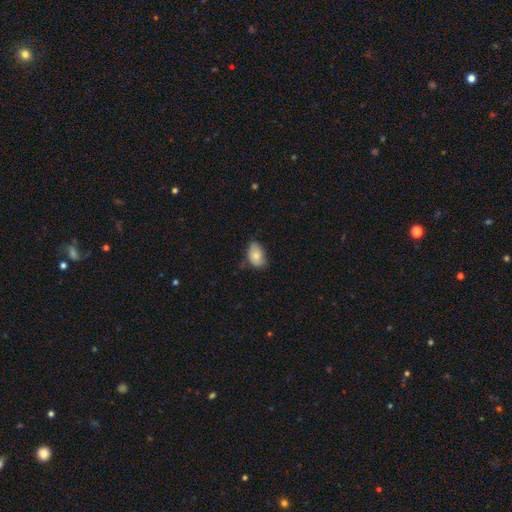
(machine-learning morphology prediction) Smooth or featured?
  - smooth: 78% *
  - featured or disk: 15%
  - star or artifact: 7%
How rounded?
  - in between: 88% *
  - round: 11%
  - cigar-shaped: 1%
Merging?
  - none: 56% *
  - minor disturbance: 35%
  - major disturbance: 7%
  - merger: 2%